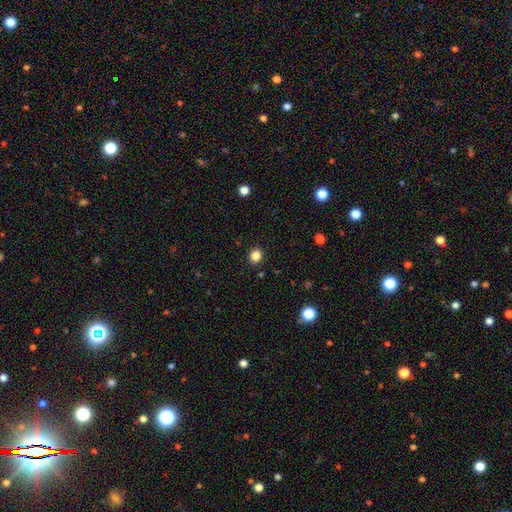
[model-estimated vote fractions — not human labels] smooth-or-featured: smooth: 84% | star or artifact: 12% | featured or disk: 4%
  how-rounded: round: 81% | in between: 18% | cigar-shaped: 1%
  merging: none: 91% | minor disturbance: 6% | major disturbance: 2% | merger: 1%